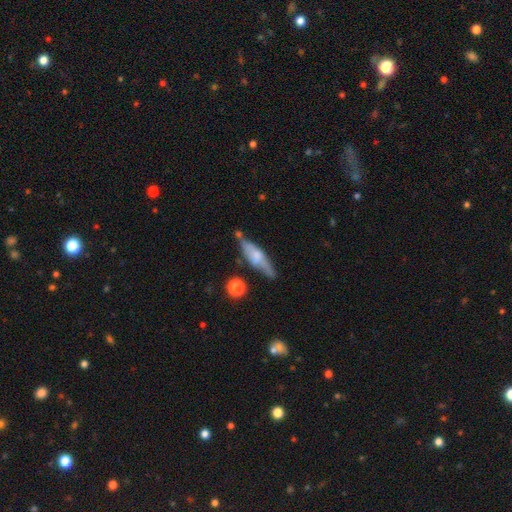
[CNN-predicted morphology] Smooth or featured?
  - featured or disk: 51% *
  - smooth: 42%
  - star or artifact: 7%
Edge-on disk?
  - yes: 81% *
  - no: 19%
Merging?
  - none: 63% *
  - minor disturbance: 22%
  - merger: 8%
  - major disturbance: 7%